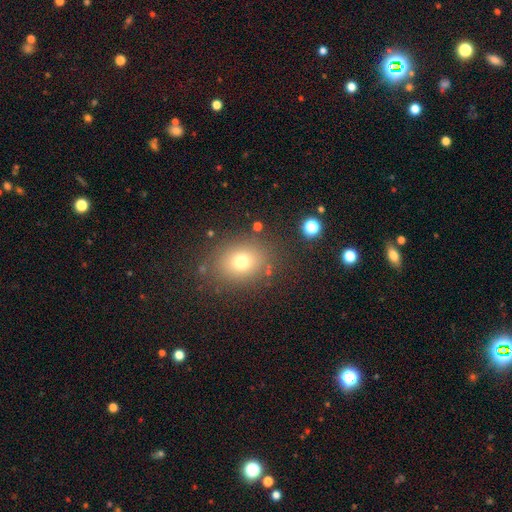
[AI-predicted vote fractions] Overall: smooth (69%). How rounded: round (53%; in between 46%). Merging: none (85%).